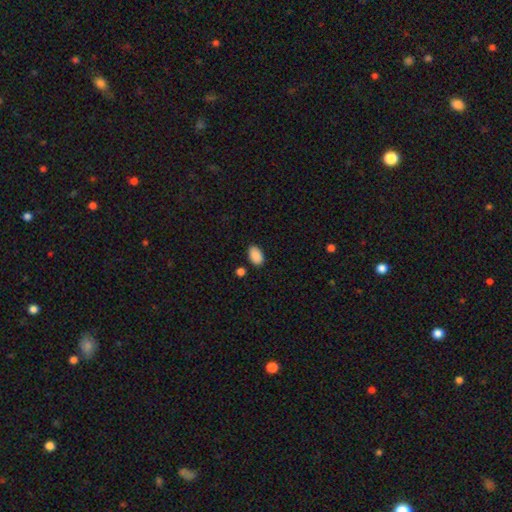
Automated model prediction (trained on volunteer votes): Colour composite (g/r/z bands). It shows a smooth galaxy with no disk features (89%) that is in between round and cigar-shaped (91%). Merging: none (82%).